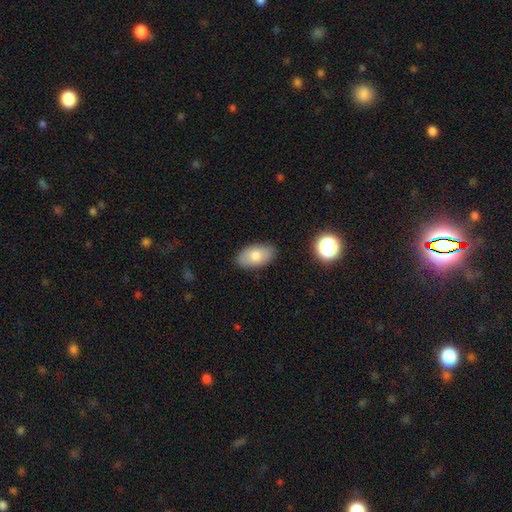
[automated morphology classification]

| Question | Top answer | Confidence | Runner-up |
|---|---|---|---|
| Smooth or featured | smooth | 77% | featured or disk (16%) |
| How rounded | in between | 93% | round (5%) |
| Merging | none | 86% | minor disturbance (11%) |